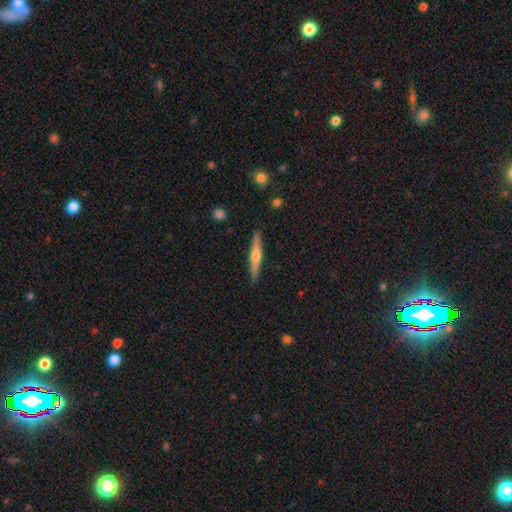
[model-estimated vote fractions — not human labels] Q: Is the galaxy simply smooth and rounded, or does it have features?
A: featured or disk — 64%.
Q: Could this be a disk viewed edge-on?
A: yes — 98%.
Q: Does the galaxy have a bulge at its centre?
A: rounded — 89%.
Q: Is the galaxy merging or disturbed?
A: none — 90%.